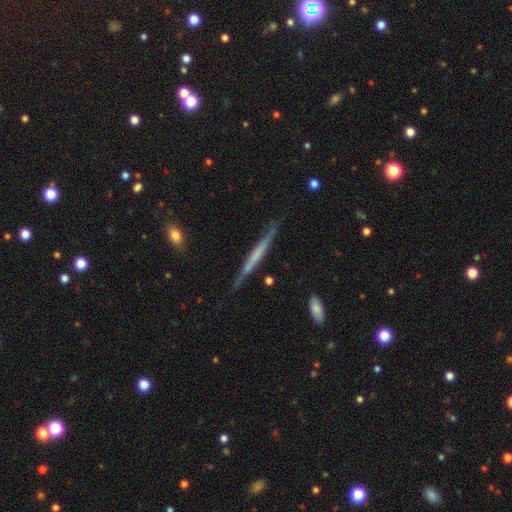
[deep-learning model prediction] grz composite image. It shows a featured or disk galaxy (60%) viewed edge-on (95%) with no central bulge (74%). Merging: none (77%).